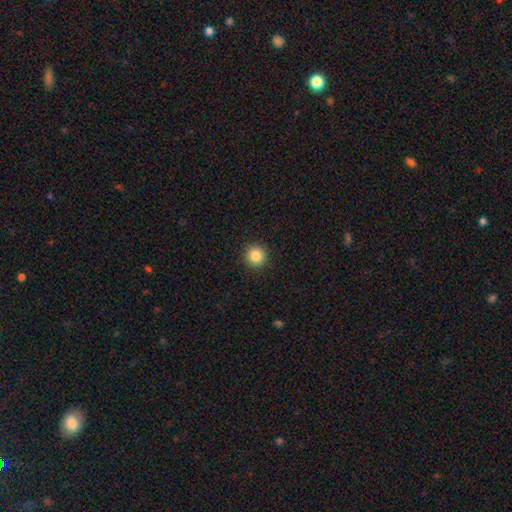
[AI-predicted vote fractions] Smooth or featured? Predicted: smooth (p=0.85). How rounded? Predicted: round (p=0.94). Merging? Predicted: none (p=0.93).